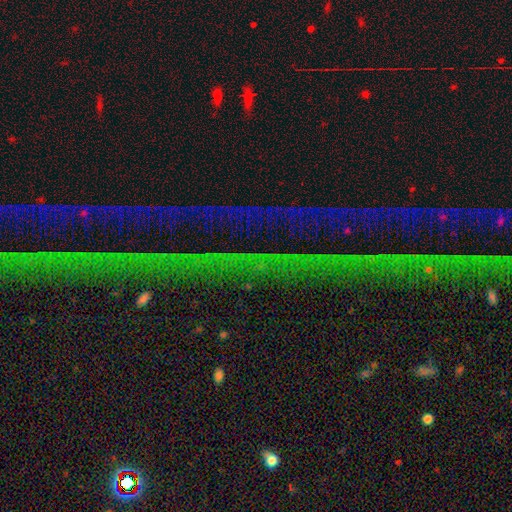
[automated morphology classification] star or artifact 83%, featured or disk 9%, smooth 7%.